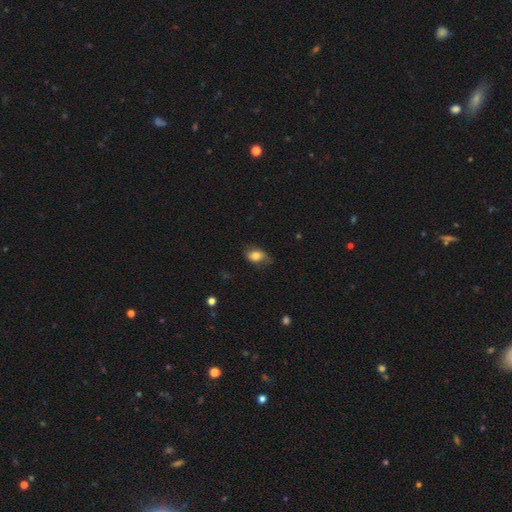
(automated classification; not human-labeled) A smooth galaxy with no disk features (73%) that is in between round and cigar-shaped (81%).

Vote fractions:
- Smooth or featured? smooth: 73% / featured or disk: 19% / star or artifact: 9%
- How rounded? in between: 81% / round: 16% / cigar-shaped: 2%
- Merging? none: 54% / minor disturbance: 32% / major disturbance: 11% / merger: 2%